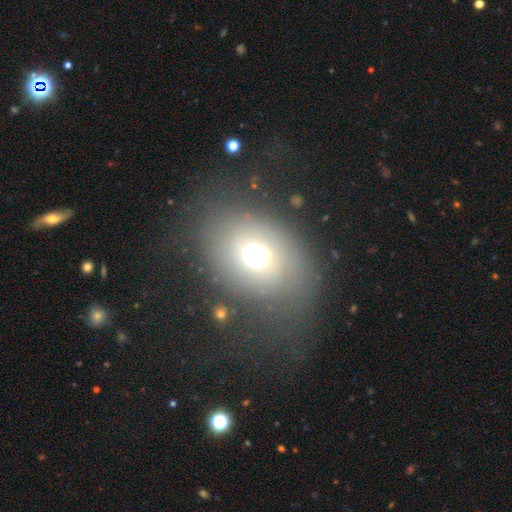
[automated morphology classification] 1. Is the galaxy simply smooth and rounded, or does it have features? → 59% smooth, 27% featured or disk, 14% star or artifact.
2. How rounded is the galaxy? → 59% in between, 39% round, 1% cigar-shaped.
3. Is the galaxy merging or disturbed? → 56% none, 21% minor disturbance, 20% major disturbance, 3% merger.